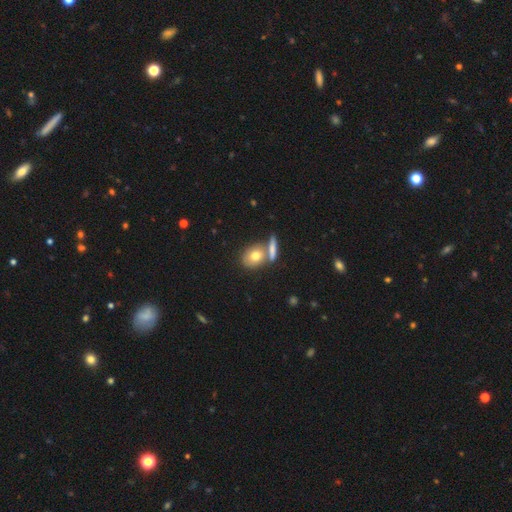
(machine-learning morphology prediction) Smooth or featured? Predicted: smooth (p=0.72). How rounded? Predicted: round (p=0.48). Merging? Predicted: none (p=0.53).